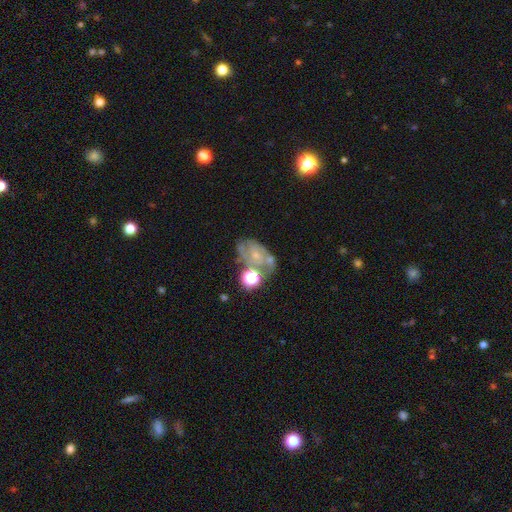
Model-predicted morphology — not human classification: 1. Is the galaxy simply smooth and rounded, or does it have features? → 62% featured or disk, 23% smooth, 15% star or artifact.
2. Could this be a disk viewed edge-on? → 97% no, 3% yes.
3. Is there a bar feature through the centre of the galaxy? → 66% no, 27% weak, 7% strong.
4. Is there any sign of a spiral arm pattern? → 79% yes, 21% no.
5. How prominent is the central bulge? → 69% small, 20% moderate, 8% none, 2% large, 1% dominant.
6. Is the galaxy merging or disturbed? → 40% none, 22% merger, 20% minor disturbance, 17% major disturbance.